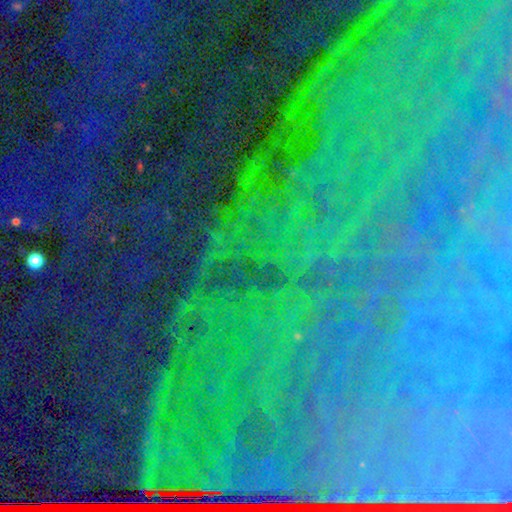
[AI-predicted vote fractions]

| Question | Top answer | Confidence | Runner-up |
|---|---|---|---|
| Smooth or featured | star or artifact | 83% | featured or disk (9%) |